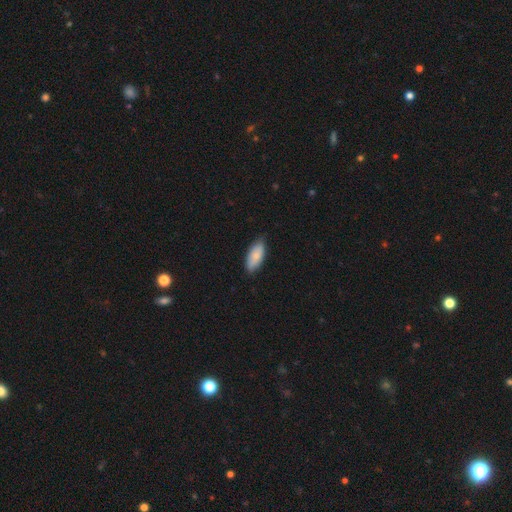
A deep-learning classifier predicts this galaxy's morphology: Smooth or featured: smooth — 81% (featured or disk — 13%)
How rounded: in between — 86% (cigar-shaped — 12%)
Merging: none — 80% (minor disturbance — 17%)